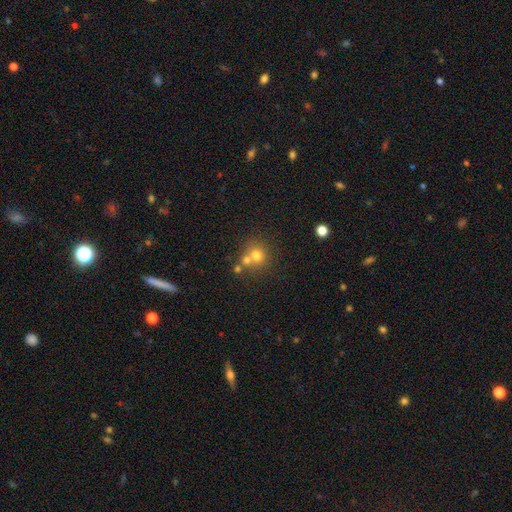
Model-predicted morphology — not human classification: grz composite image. It shows a smooth galaxy with no disk features (69%) that is round (87%). Merging: none (54%).